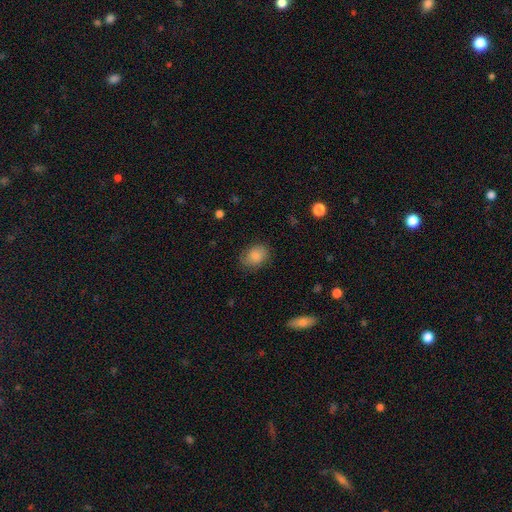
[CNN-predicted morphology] smooth_or_featured: smooth (p=0.85) [alt: star or artifact p=0.08]
how_rounded: in between (p=0.64) [alt: round p=0.35]
merging: none (p=0.78) [alt: minor disturbance p=0.16]